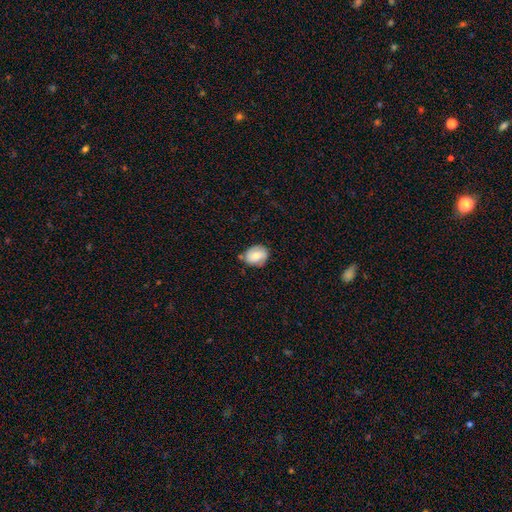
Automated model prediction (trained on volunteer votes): A smooth galaxy with no disk features (65%) that is in between round and cigar-shaped (52%). Merging: none (70%).